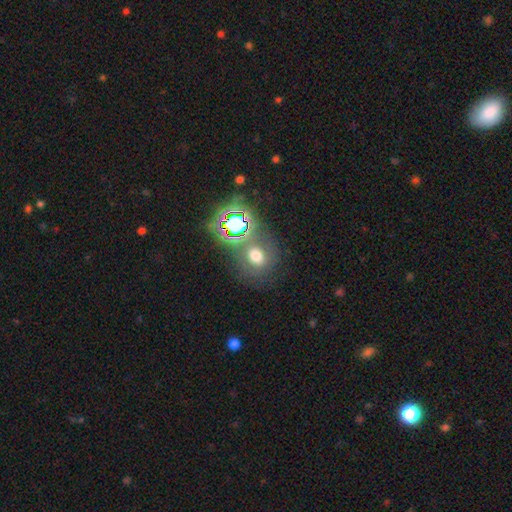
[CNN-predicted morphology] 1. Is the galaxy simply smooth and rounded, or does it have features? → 58% smooth, 28% star or artifact, 14% featured or disk.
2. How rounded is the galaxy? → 71% round, 28% in between, 1% cigar-shaped.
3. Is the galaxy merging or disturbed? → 68% none, 15% merger, 12% minor disturbance, 6% major disturbance.